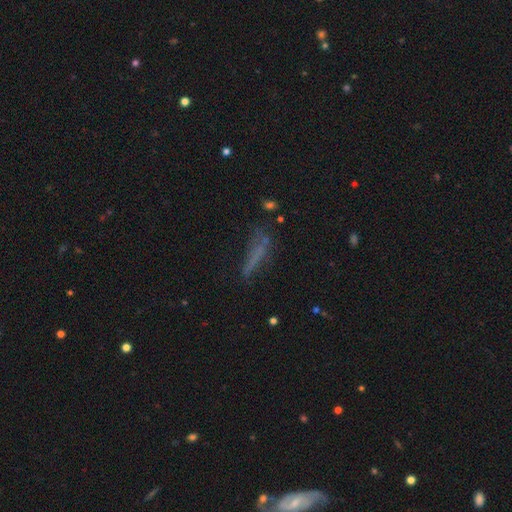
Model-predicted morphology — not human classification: Q: Smooth or featured?
A: smooth (51%); runner-up: featured or disk (30%)
Q: How rounded?
A: cigar-shaped (79%); runner-up: in between (19%)
Q: Merging?
A: none (49%); runner-up: minor disturbance (24%)